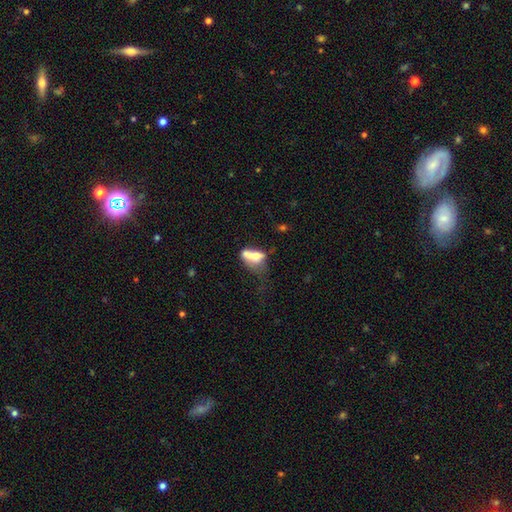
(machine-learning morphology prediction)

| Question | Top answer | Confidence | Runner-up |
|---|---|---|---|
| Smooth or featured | smooth | 59% | featured or disk (30%) |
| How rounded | in between | 71% | cigar-shaped (21%) |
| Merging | major disturbance | 34% | merger (27%) |